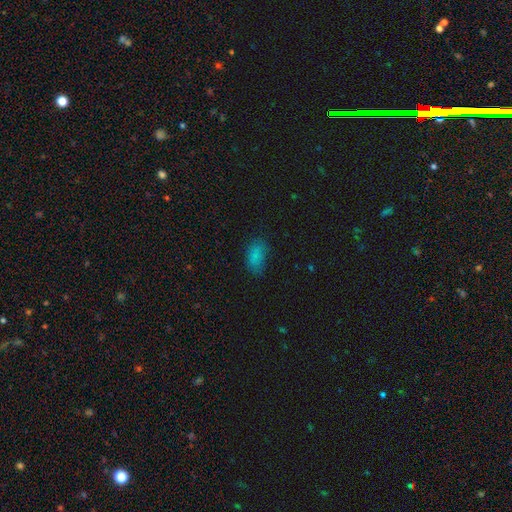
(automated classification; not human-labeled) Overall: smooth (81%). How rounded: in between (92%). Merging: none (72%).